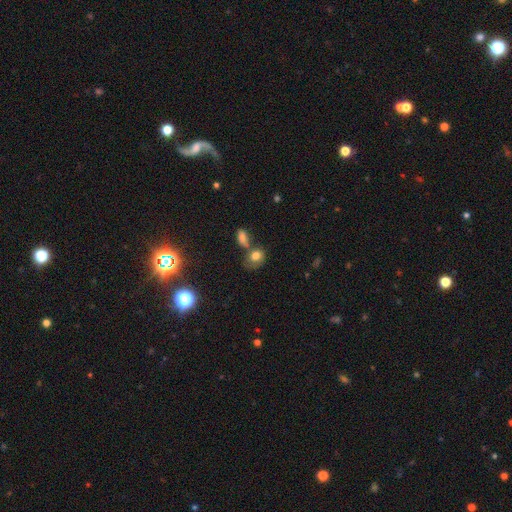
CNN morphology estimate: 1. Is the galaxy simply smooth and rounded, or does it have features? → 74% smooth, 14% featured or disk, 12% star or artifact.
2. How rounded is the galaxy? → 56% in between, 42% round, 2% cigar-shaped.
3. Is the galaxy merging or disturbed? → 37% none, 36% merger, 17% minor disturbance, 10% major disturbance.